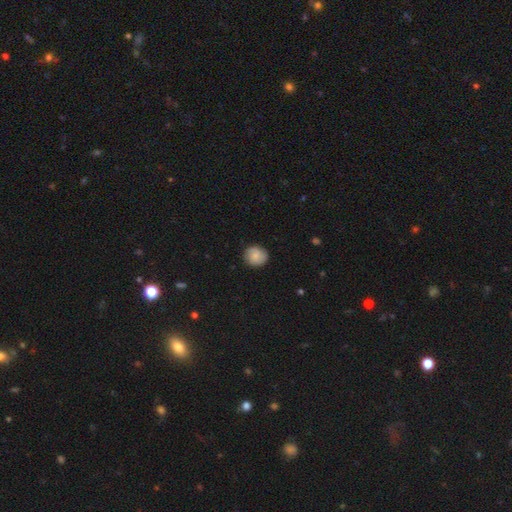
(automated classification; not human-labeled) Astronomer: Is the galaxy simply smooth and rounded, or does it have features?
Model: smooth — 78%.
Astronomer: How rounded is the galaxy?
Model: round — 87%.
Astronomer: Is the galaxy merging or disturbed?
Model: none — 86%.